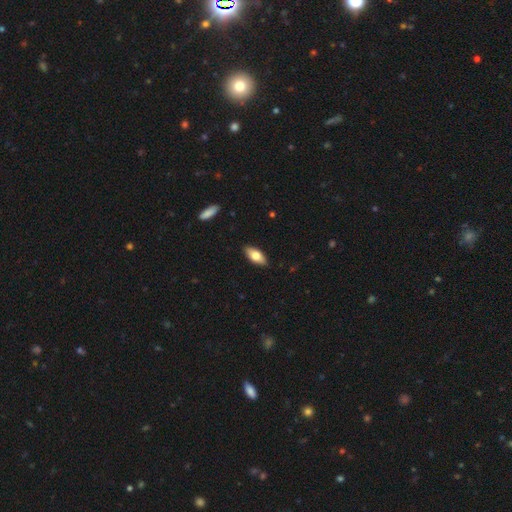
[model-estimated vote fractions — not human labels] This is likely a smooth galaxy (70%). How rounded: clearly in between (82%). Merging: clearly none (89%).